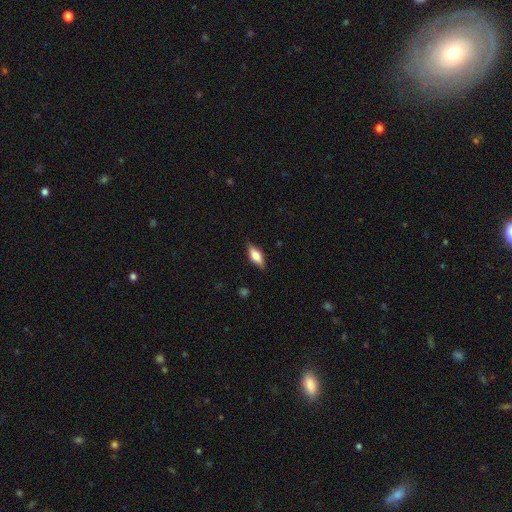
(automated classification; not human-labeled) smooth-or-featured: smooth: 68% | featured or disk: 25% | star or artifact: 6%
  how-rounded: in between: 76% | cigar-shaped: 21% | round: 3%
  merging: none: 84% | minor disturbance: 13% | major disturbance: 2% | merger: 1%